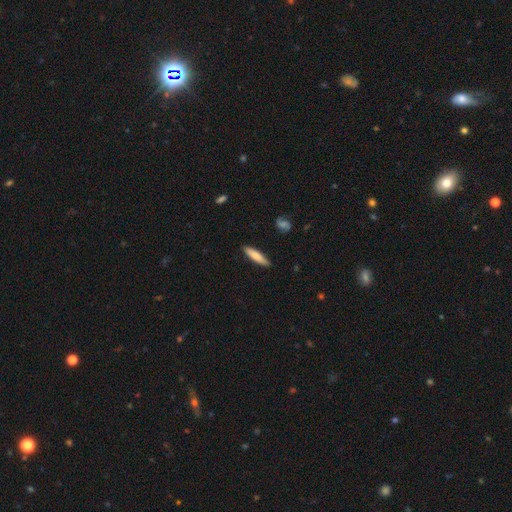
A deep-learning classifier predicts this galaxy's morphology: smooth_or_featured: smooth (p=0.74) [alt: featured or disk p=0.20]
how_rounded: cigar-shaped (p=0.80) [alt: in between p=0.18]
merging: none (p=0.87) [alt: minor disturbance p=0.10]